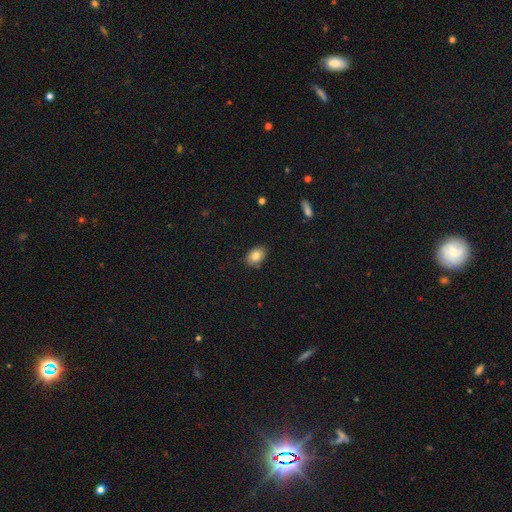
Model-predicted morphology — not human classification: This appears to be a smooth galaxy with no disk features (81%) that is in between round and cigar-shaped (82%). Merging: none (86%).